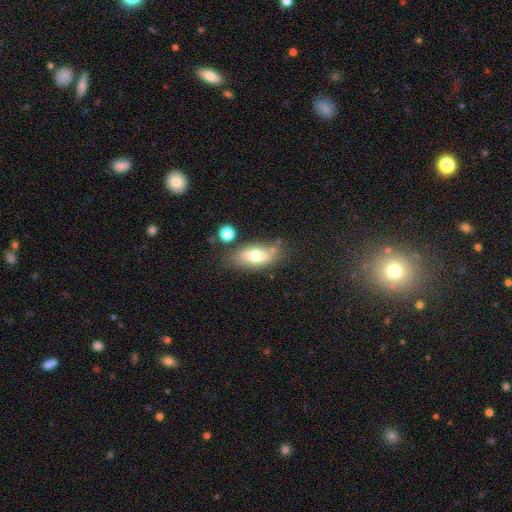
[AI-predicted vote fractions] Smooth or featured? smooth (70%)
How rounded? in between (84%)
Merging? none (72%)